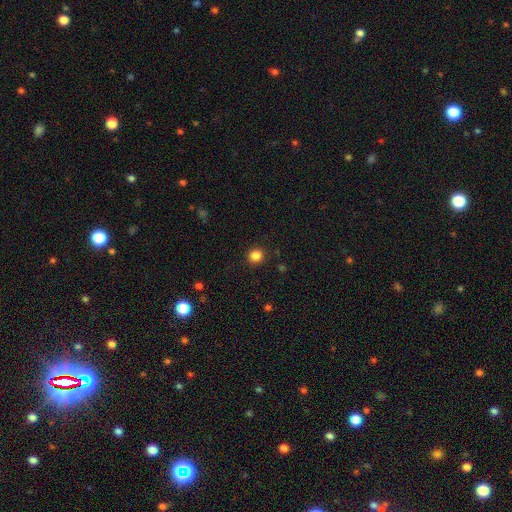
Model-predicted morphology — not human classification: Smooth or featured? Predicted: smooth (p=0.85). How rounded? Predicted: round (p=0.93). Merging? Predicted: none (p=0.92).